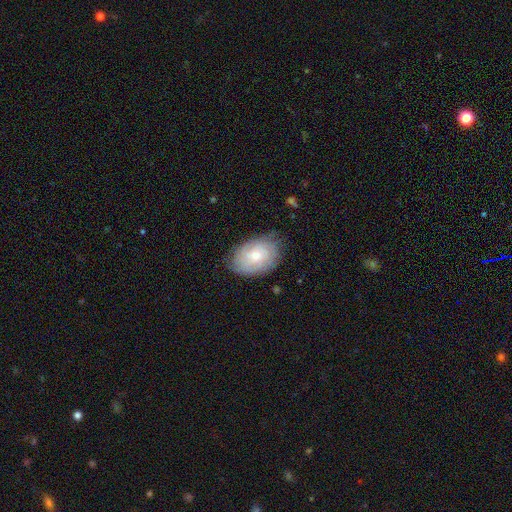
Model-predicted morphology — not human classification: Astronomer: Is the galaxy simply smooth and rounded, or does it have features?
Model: featured or disk — 53% (runner-up: smooth, 40%).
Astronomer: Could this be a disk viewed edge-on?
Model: no — 95%.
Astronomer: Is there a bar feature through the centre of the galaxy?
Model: no — 76%.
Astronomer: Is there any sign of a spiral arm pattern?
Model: yes — 78%.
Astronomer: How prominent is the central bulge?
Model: small — 63%.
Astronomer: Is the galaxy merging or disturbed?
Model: none — 73%.